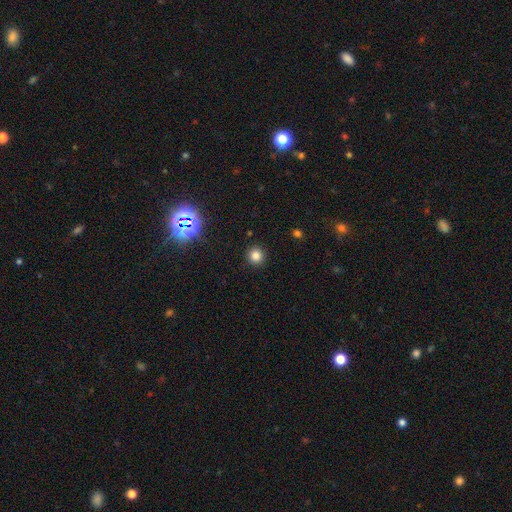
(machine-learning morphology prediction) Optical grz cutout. It shows a smooth galaxy with no disk features (80%) that is round (93%). Merging: none (91%).